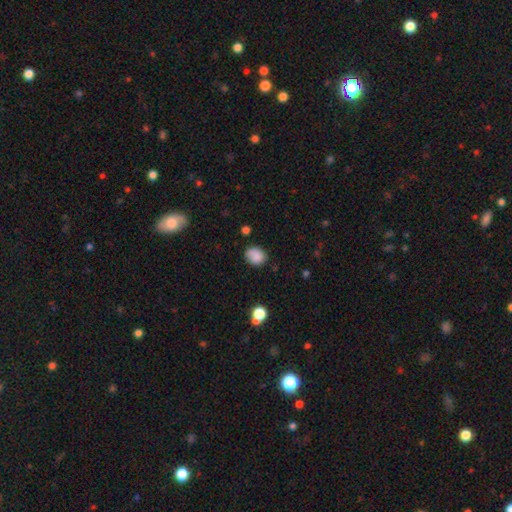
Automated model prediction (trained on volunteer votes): Smooth or featured: smooth — 84% (star or artifact — 9%)
How rounded: round — 54% (in between — 46%)
Merging: none — 73% (minor disturbance — 20%)